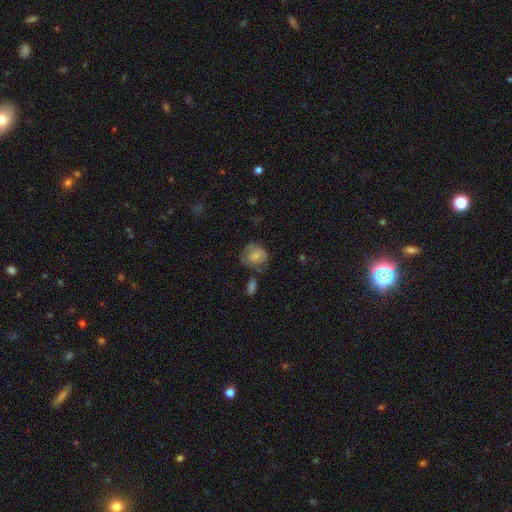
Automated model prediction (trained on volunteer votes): Smooth or featured? Predicted: smooth (p=0.60). How rounded? Predicted: round (p=0.63). Merging? Predicted: none (p=0.51).